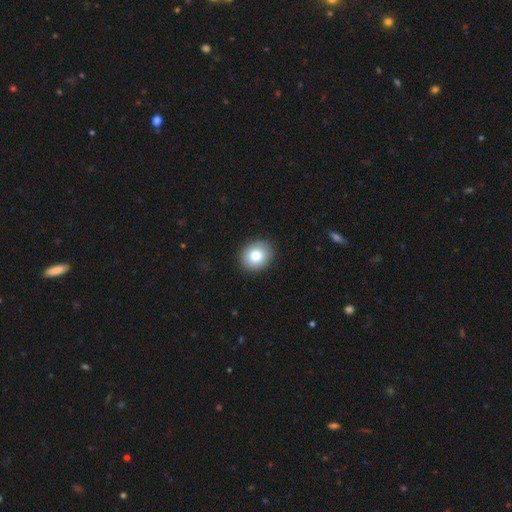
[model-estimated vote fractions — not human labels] smooth 78%, featured or disk 12%, star or artifact 9%. Down the decision tree: how rounded — round (63%); merging — none (89%).